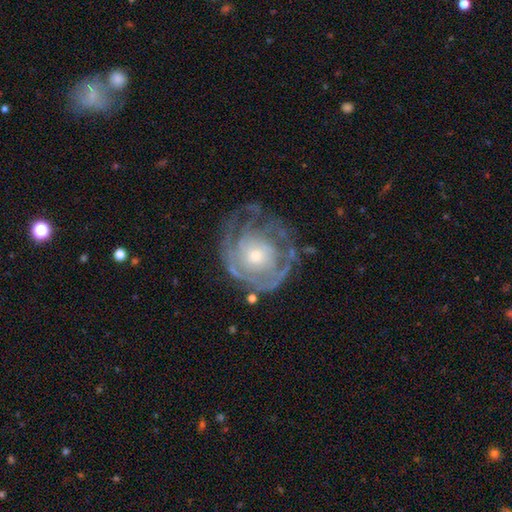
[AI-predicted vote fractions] A featured or disk galaxy (78%) with no bar (81%), tight (68%) spiral arms (75%) and a small central bulge (53%).

Vote fractions:
- Smooth or featured? featured or disk: 78% / smooth: 15% / star or artifact: 7%
- Edge-on disk? no: 97% / yes: 3%
- Bar? no: 81% / weak: 15% / strong: 4%
- Spiral arms? yes: 75% / no: 25%
- Spiral winding? tight: 68% / medium: 23% / loose: 9%
- Spiral arm count? can't tell: 53% / 2: 15% / 3: 12% / 1: 8% / 4: 7% / more than 4: 5%
- Bulge size? small: 53% / moderate: 40% / large: 4% / none: 2% / dominant: 1%
- Merging? none: 59% / minor disturbance: 20% / major disturbance: 18% / merger: 2%